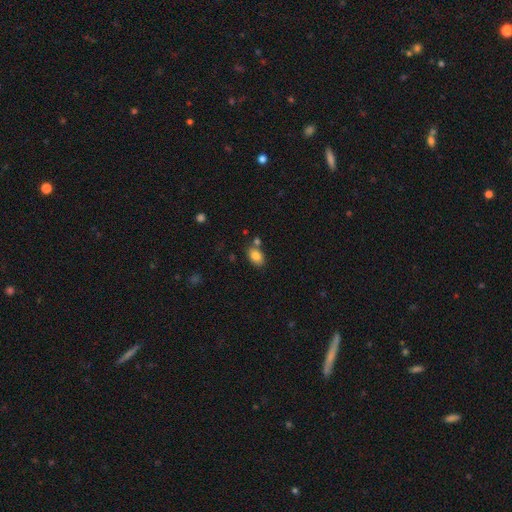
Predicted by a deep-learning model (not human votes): Morphology: type=smooth (82%); roundness=in between (82%); merging=none (71%).